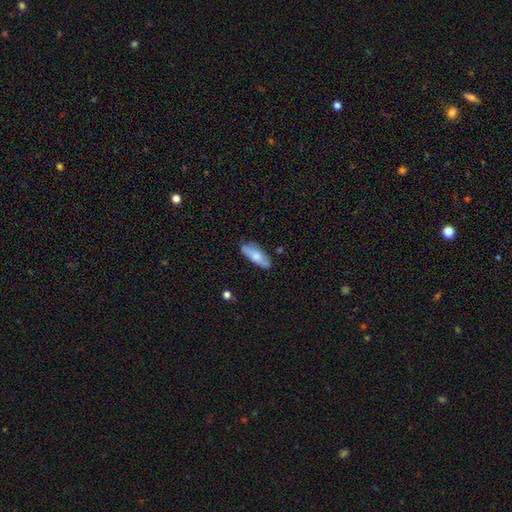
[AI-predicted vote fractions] Morphology: type=smooth (70%); roundness=in between (66%); merging=none (78%).